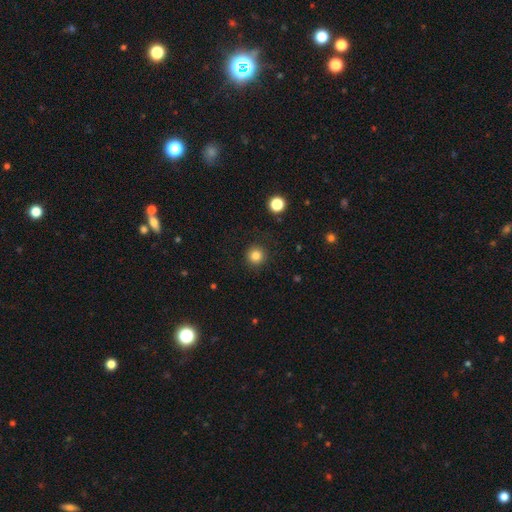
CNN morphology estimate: Overall: smooth (83%). How rounded: round (95%). Merging: none (91%).